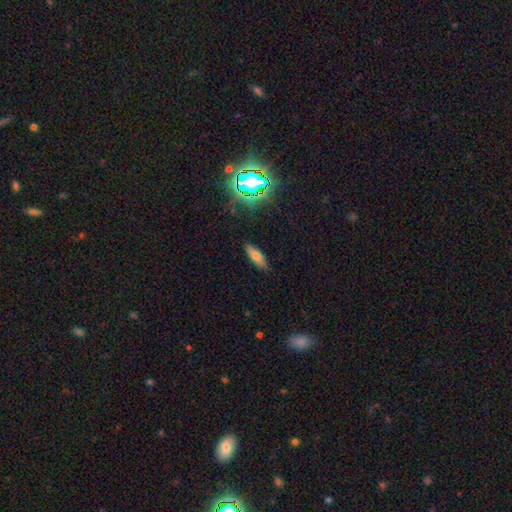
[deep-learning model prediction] Smooth or featured? Predicted: smooth (p=0.69). How rounded? Predicted: in between (p=0.54). Merging? Predicted: none (p=0.86).